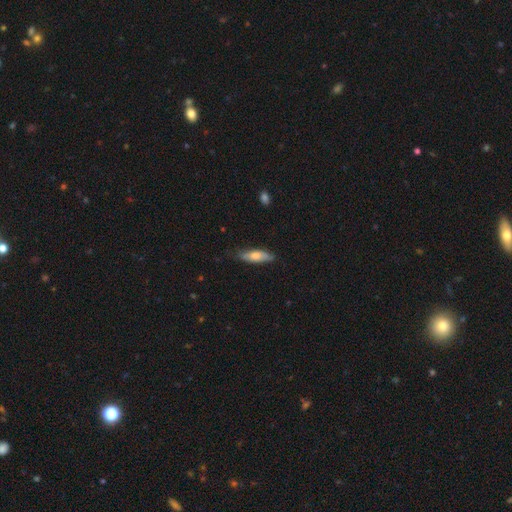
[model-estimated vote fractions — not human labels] This is likely a smooth galaxy (66%). How rounded: possibly cigar-shaped (57%). Merging: likely none (77%).